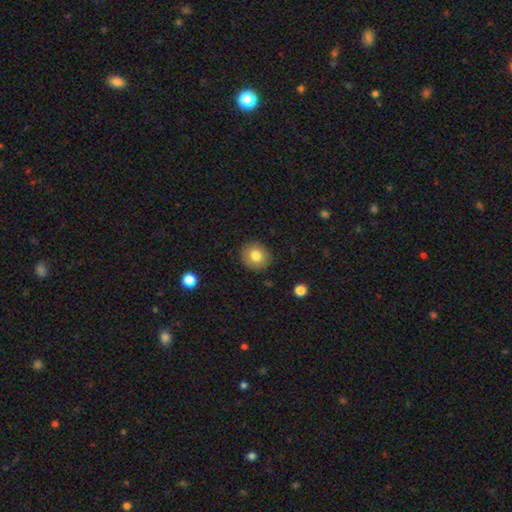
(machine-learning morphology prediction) This appears to be a smooth galaxy with no disk features (80%) that is round (83%). Merging: none (88%).